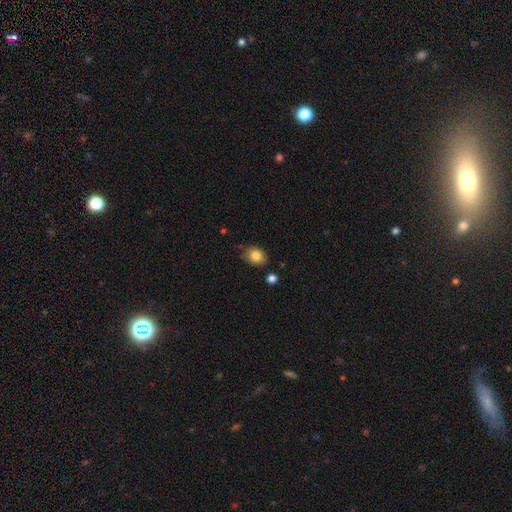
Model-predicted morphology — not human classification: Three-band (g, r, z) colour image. It shows a smooth galaxy with no disk features (84%) that is in between round and cigar-shaped (57%). Merging: none (78%).